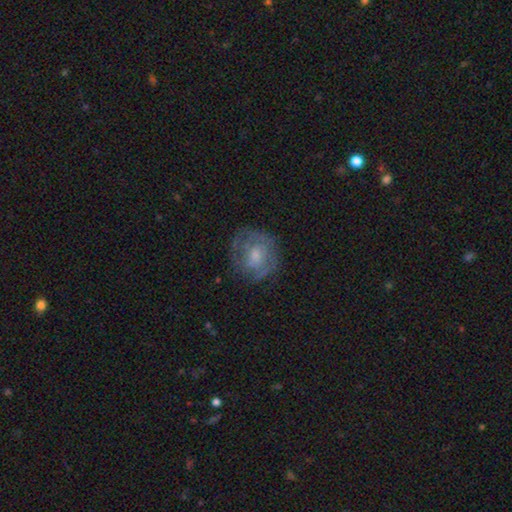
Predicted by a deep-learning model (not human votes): Smooth or featured?
  - featured or disk: 61% *
  - smooth: 30%
  - star or artifact: 10%
Edge-on disk?
  - no: 97% *
  - yes: 3%
Bar?
  - no: 69% *
  - weak: 27%
  - strong: 4%
Spiral arms?
  - yes: 71% *
  - no: 29%
Bulge size?
  - moderate: 47% *
  - small: 42%
  - none: 5%
  - large: 5%
  - dominant: 1%
Merging?
  - none: 73% *
  - minor disturbance: 17%
  - major disturbance: 9%
  - merger: 1%